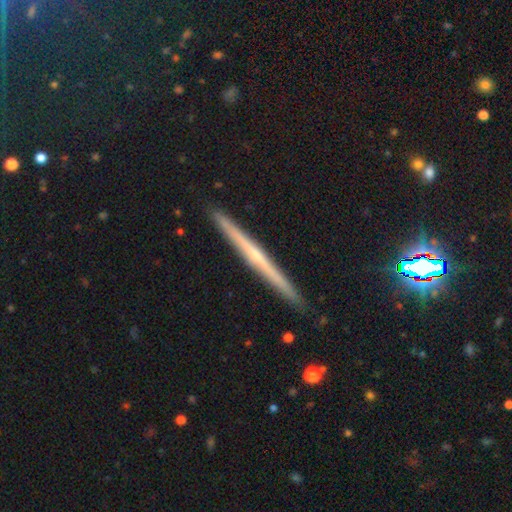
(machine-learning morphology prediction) A featured or disk galaxy (64%) viewed edge-on (98%) with no central bulge (66%).

Vote fractions:
- Smooth or featured? featured or disk: 64% / smooth: 27% / star or artifact: 8%
- Edge-on disk? yes: 98% / no: 2%
- Edge-on bulge? none: 66% / rounded: 28% / boxy: 6%
- Merging? none: 92% / minor disturbance: 5% / major disturbance: 1% / merger: 1%